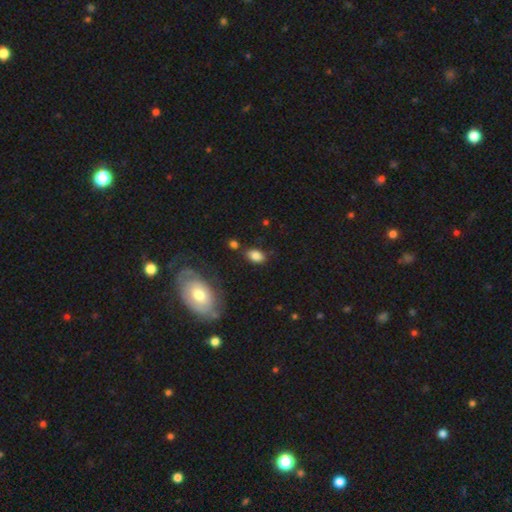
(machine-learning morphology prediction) Q: Smooth or featured?
A: smooth (83%); runner-up: star or artifact (9%)
Q: How rounded?
A: in between (88%); runner-up: round (10%)
Q: Merging?
A: none (77%); runner-up: minor disturbance (15%)